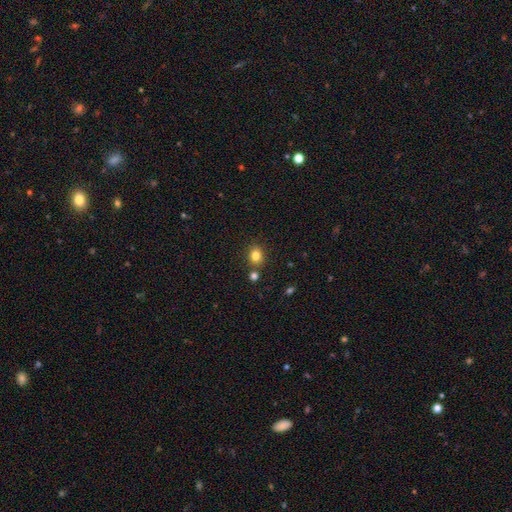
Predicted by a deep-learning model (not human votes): This appears to be a smooth galaxy with no disk features (82%) that is round (51%). Merging: none (76%).